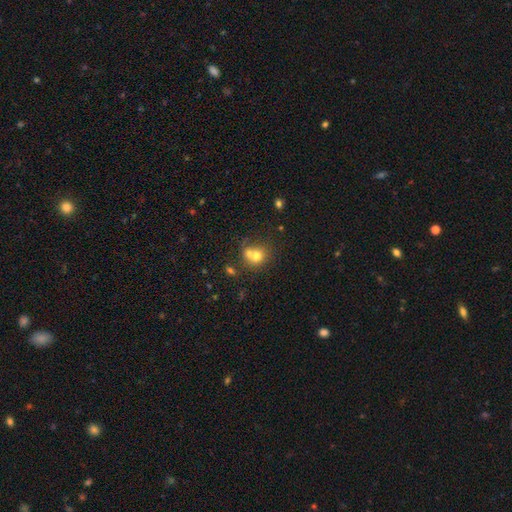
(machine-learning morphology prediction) Smooth or featured?
  - smooth: 69% *
  - featured or disk: 18%
  - star or artifact: 13%
How rounded?
  - round: 73% *
  - in between: 26%
  - cigar-shaped: 1%
Merging?
  - merger: 54% *
  - none: 34%
  - minor disturbance: 8%
  - major disturbance: 4%